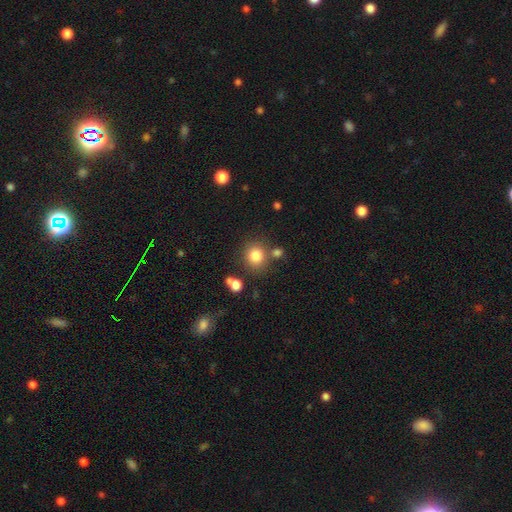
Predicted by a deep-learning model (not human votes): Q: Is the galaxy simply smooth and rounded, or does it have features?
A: smooth — 82%.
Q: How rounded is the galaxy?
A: round — 82%.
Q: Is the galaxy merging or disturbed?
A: none — 74%.